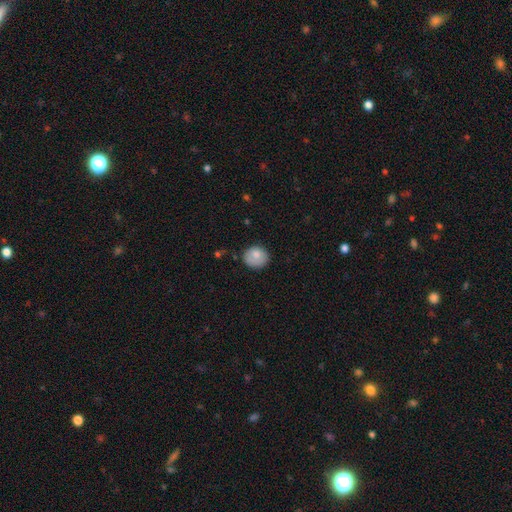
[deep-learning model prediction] This is likely a smooth galaxy (80%). How rounded: likely round (79%). Merging: likely none (69%).